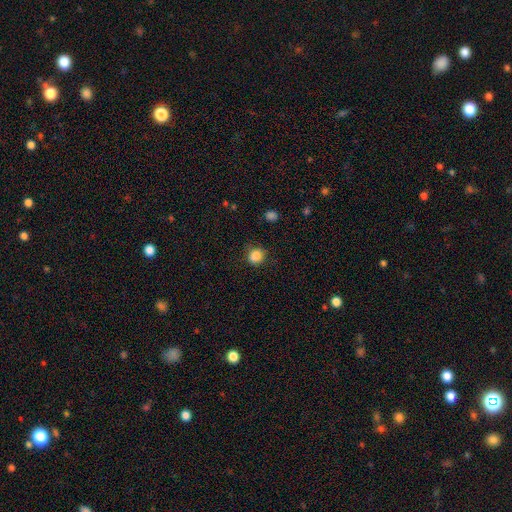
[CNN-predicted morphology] Smooth or featured? Predicted: smooth (p=0.86). How rounded? Predicted: round (p=0.85). Merging? Predicted: none (p=0.80).